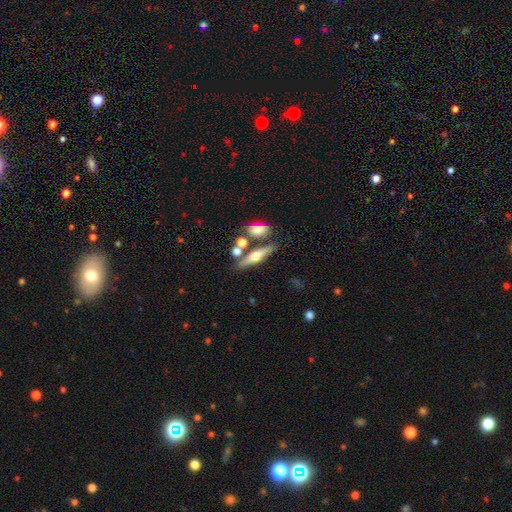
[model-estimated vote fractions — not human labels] Smooth or featured: featured or disk — 55% (smooth — 36%)
Edge-on disk: yes — 90% (no — 10%)
Merging: none — 68% (merger — 17%)